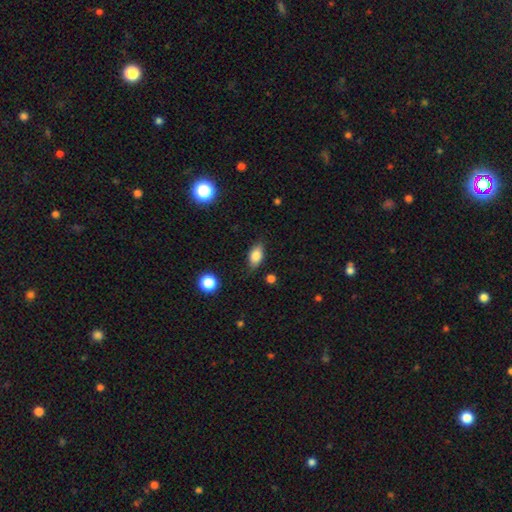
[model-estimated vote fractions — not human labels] This appears to be a smooth galaxy with no disk features (79%) that is in between round and cigar-shaped (86%). Merging: none (78%).